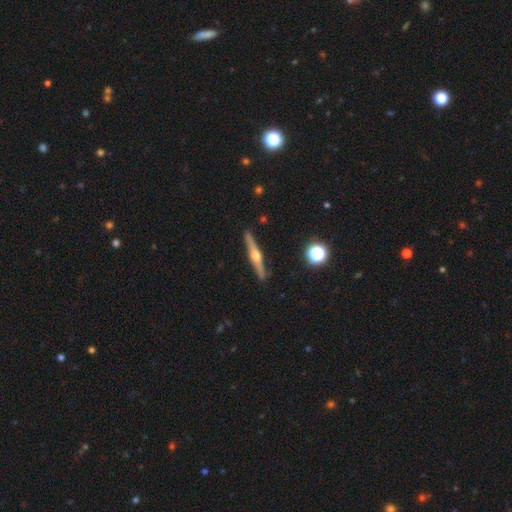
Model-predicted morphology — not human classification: smooth_or_featured: featured or disk (p=0.77) [alt: smooth p=0.17]
disk_edge_on: yes (p=0.98) [alt: no p=0.02]
edge_on_bulge: rounded (p=0.94) [alt: boxy p=0.03]
merging: none (p=0.90) [alt: minor disturbance p=0.07]